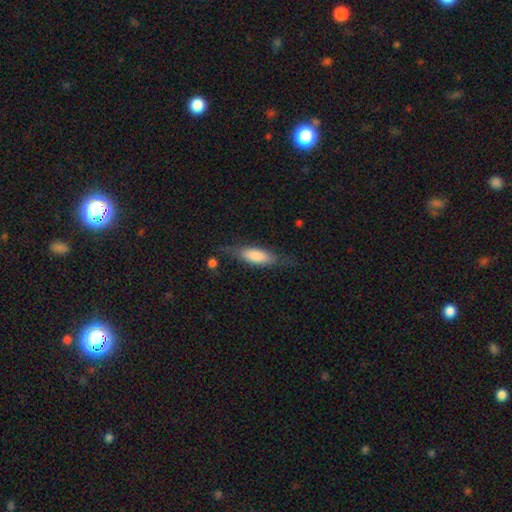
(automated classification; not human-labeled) Smooth or featured: smooth — 71% (featured or disk — 23%)
How rounded: in between — 60% (cigar-shaped — 38%)
Merging: none — 66% (minor disturbance — 23%)